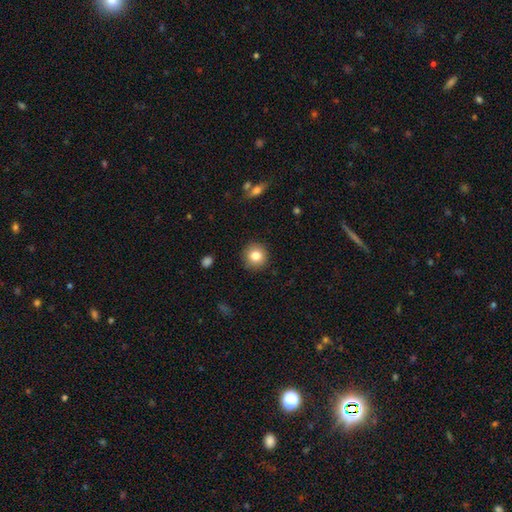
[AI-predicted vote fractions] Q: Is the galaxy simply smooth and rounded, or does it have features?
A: smooth — 82%.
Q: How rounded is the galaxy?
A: round — 94%.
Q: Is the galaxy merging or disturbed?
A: none — 91%.